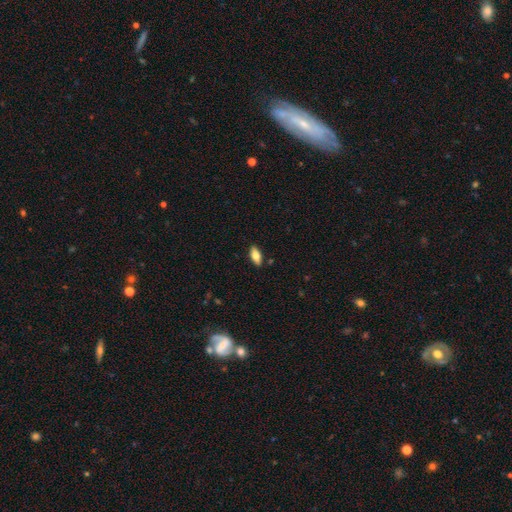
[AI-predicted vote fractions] smooth-or-featured: smooth: 74% | featured or disk: 19% | star or artifact: 7%
  how-rounded: in between: 84% | cigar-shaped: 13% | round: 2%
  merging: none: 87% | minor disturbance: 9% | major disturbance: 2% | merger: 2%